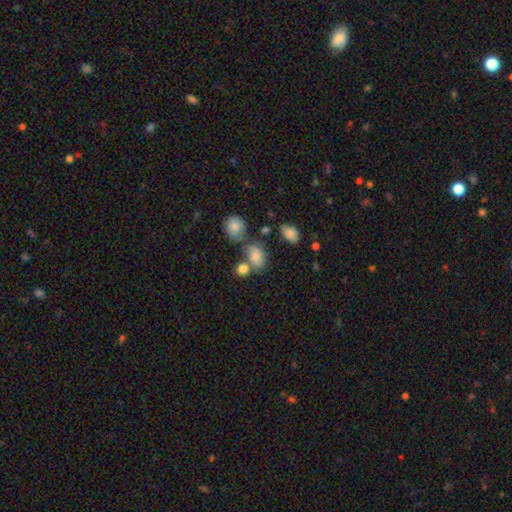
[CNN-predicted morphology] This is likely a smooth galaxy (79%). How rounded: likely in between (69%). Merging: marginally none (43%).